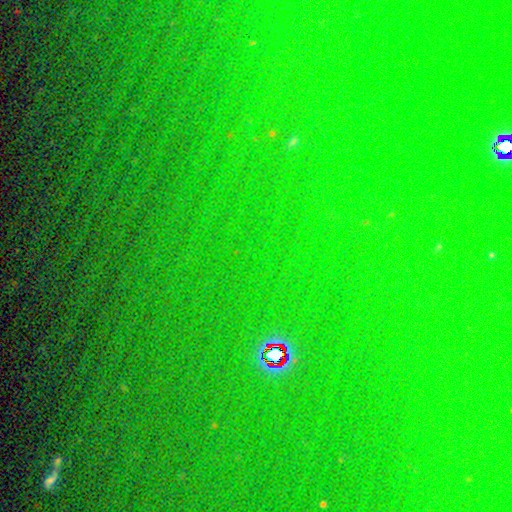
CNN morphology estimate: Q: Smooth or featured?
A: star or artifact (82%); runner-up: smooth (10%)